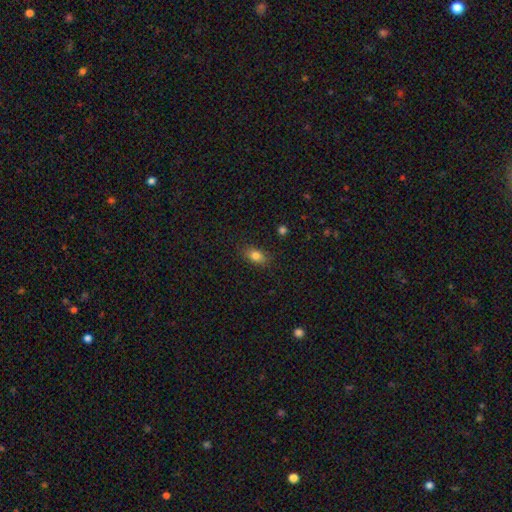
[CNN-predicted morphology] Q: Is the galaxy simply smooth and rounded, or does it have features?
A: smooth — 82%.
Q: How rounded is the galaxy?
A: in between — 81%.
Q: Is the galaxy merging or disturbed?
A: none — 83%.